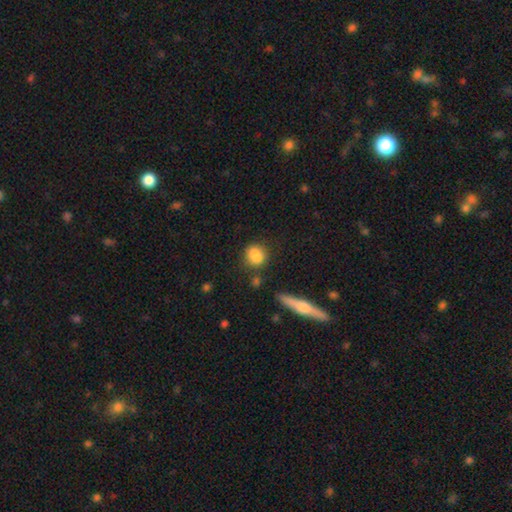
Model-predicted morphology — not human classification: The model was most divided on "how rounded": round: 54%, in between: 42%, cigar-shaped: 4%. More confident: smooth or featured — smooth (82%); merging — none (67%).